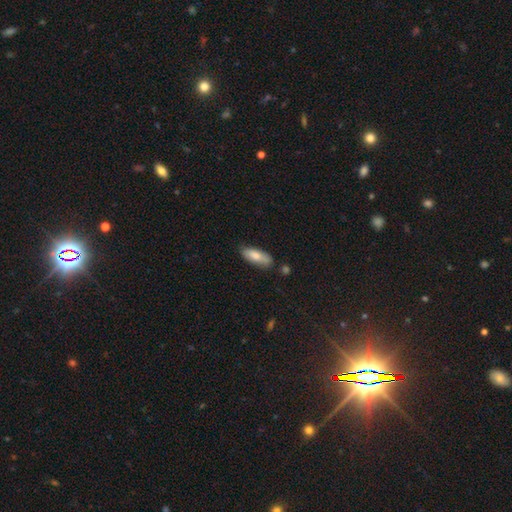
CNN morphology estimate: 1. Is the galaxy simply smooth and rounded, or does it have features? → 79% smooth, 15% featured or disk, 6% star or artifact.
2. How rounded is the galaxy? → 69% in between, 29% cigar-shaped, 2% round.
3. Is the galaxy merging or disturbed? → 74% none, 19% minor disturbance, 4% merger, 3% major disturbance.